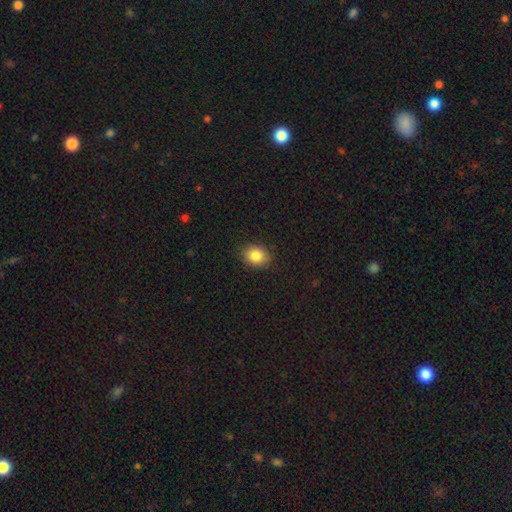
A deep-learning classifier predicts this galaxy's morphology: smooth 86%, star or artifact 9%, featured or disk 5%. Down the decision tree: how rounded — in between (51%); merging — none (88%).